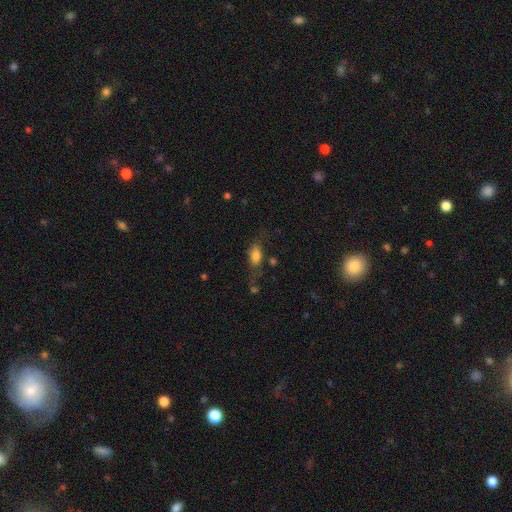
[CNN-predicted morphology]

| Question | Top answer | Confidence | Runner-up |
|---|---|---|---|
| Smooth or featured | smooth | 71% | featured or disk (18%) |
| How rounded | in between | 79% | cigar-shaped (14%) |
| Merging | none | 50% | minor disturbance (25%) |